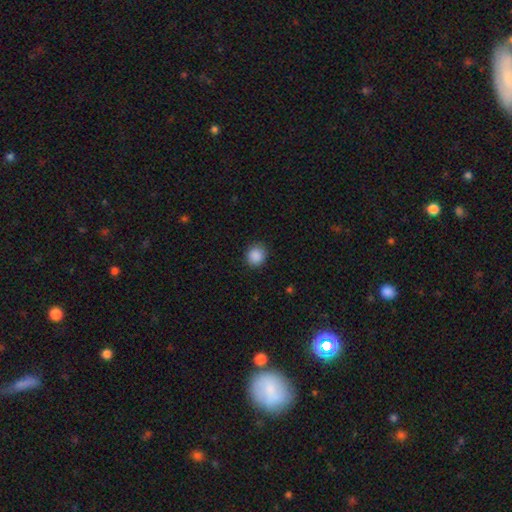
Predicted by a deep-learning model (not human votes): Smooth or featured? Predicted: smooth (p=0.89). How rounded? Predicted: round (p=0.83). Merging? Predicted: none (p=0.88).